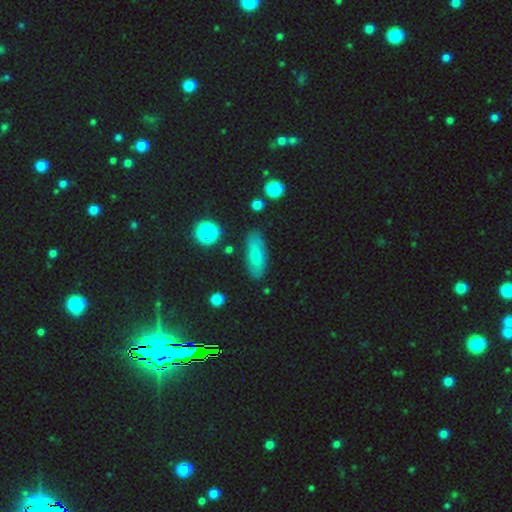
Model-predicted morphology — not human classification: A smooth galaxy with no disk features (66%) that is in between round and cigar-shaped (66%).

Vote fractions:
- Smooth or featured? smooth: 66% / featured or disk: 19% / star or artifact: 15%
- How rounded? in between: 66% / cigar-shaped: 29% / round: 5%
- Merging? none: 81% / minor disturbance: 13% / major disturbance: 3% / merger: 2%